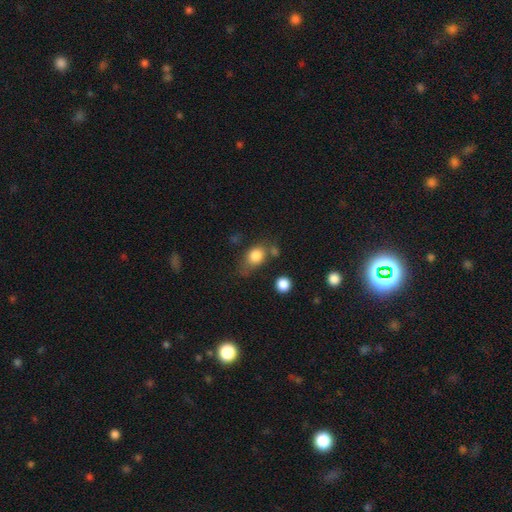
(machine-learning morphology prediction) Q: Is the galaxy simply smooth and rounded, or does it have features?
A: smooth — 81%.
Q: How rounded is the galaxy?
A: in between — 60%.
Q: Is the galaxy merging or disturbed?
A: none — 51%.